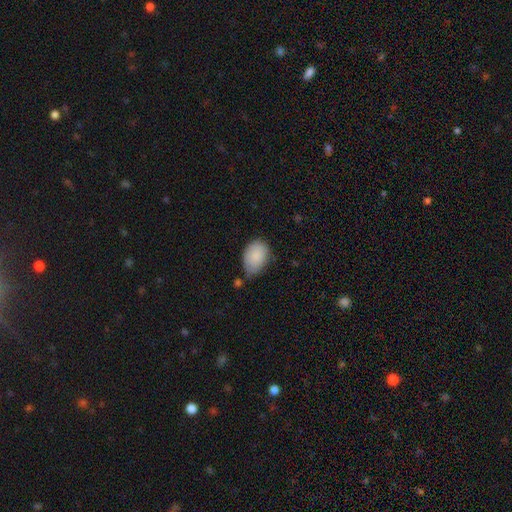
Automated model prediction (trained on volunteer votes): The model was most divided on "merging": none: 56%, minor disturbance: 32%, major disturbance: 6%, merger: 6%. More confident: smooth or featured — smooth (87%); how rounded — in between (82%).